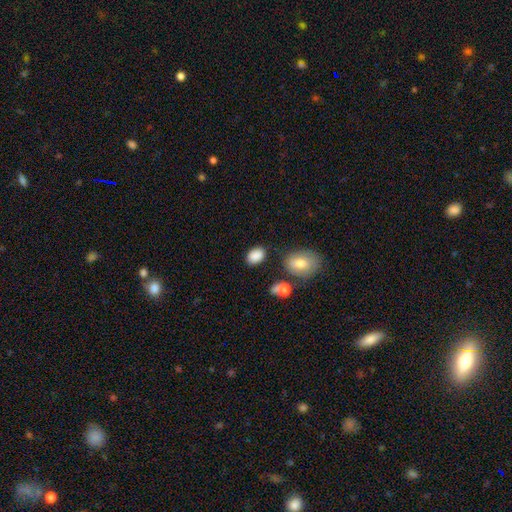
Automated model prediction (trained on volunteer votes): A smooth galaxy with no disk features (87%) that is in between round and cigar-shaped (80%). Merging: none (77%).